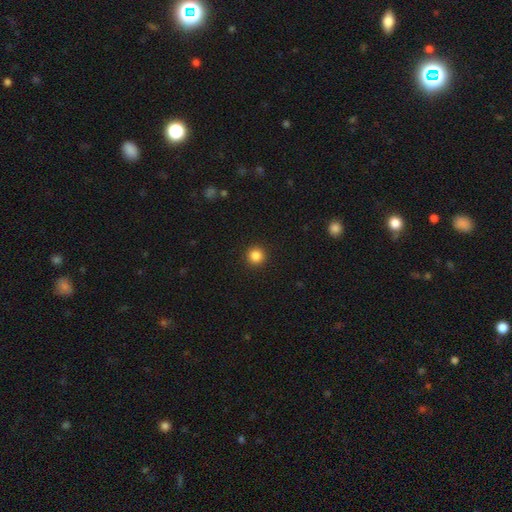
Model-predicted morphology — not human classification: This appears to be a smooth galaxy with no disk features (85%) that is round (95%). Merging: none (93%).